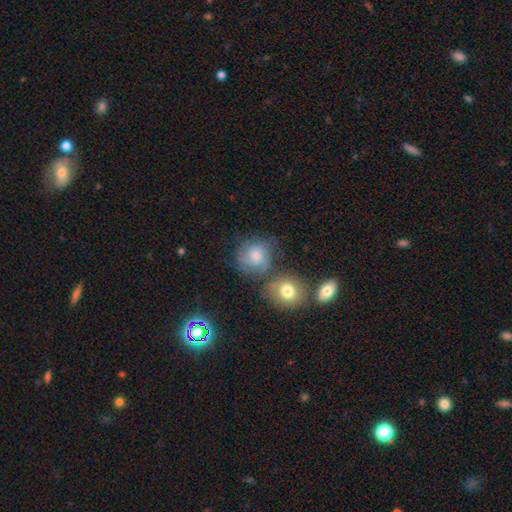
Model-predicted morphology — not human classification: Q: Smooth or featured?
A: featured or disk (59%); runner-up: smooth (27%)
Q: Edge-on disk?
A: no (97%); runner-up: yes (3%)
Q: Bar?
A: no (73%); runner-up: weak (23%)
Q: Spiral arms?
A: yes (90%); runner-up: no (10%)
Q: Spiral winding?
A: tight (60%); runner-up: medium (32%)
Q: Spiral arm count?
A: can't tell (34%); runner-up: 3 (26%)
Q: Bulge size?
A: moderate (57%); runner-up: small (33%)
Q: Merging?
A: none (63%); runner-up: minor disturbance (18%)